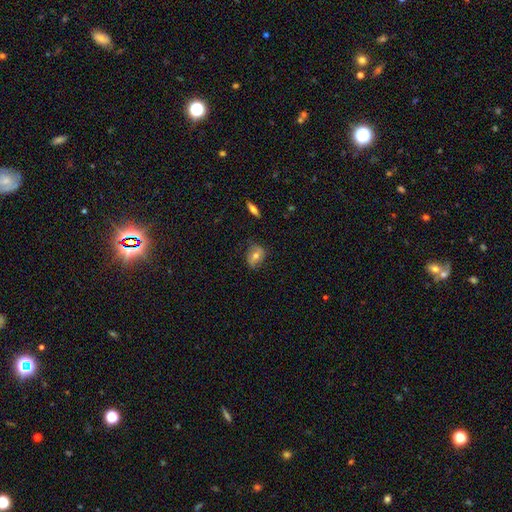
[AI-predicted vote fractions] This appears to be a smooth galaxy with no disk features (54%) that is in between round and cigar-shaped (63%). Merging: none (71%).